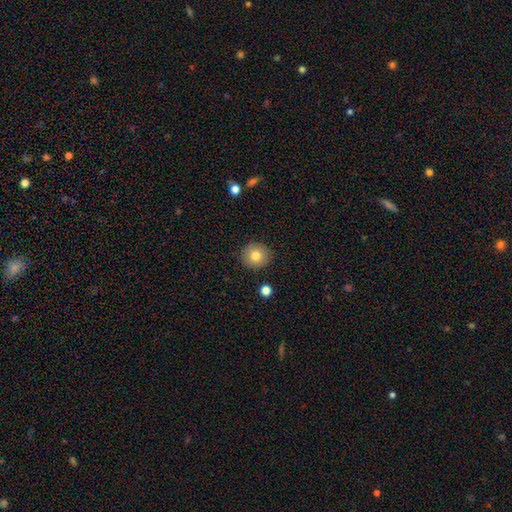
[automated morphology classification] This appears to be a smooth galaxy with no disk features (80%) that is round (89%). Merging: none (89%).